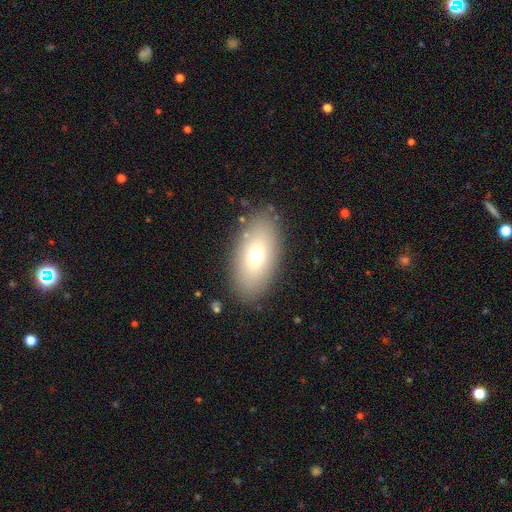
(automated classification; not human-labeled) Smooth or featured: smooth — 71% (featured or disk — 20%)
How rounded: in between — 91% (round — 5%)
Merging: none — 85% (minor disturbance — 9%)